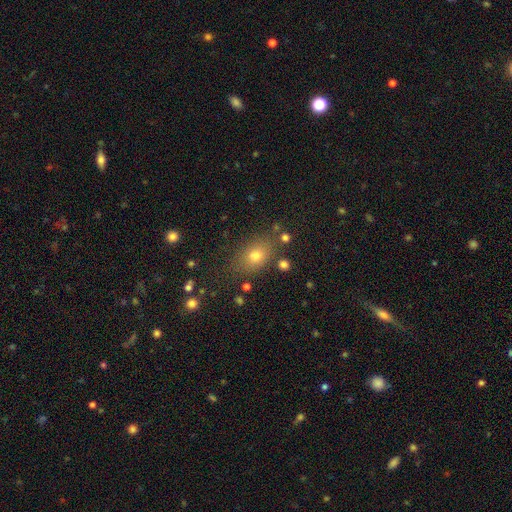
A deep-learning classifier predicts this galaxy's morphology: type=smooth (73%); roundness=in between (70%); merging=none (77%).